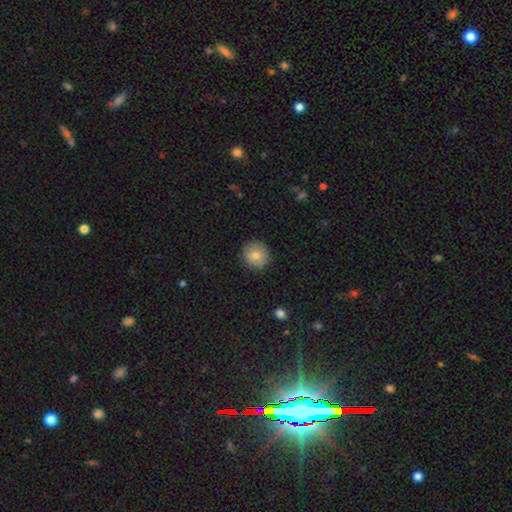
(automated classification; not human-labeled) This appears to be a smooth galaxy with no disk features (74%) that is round (92%). Merging: none (89%).